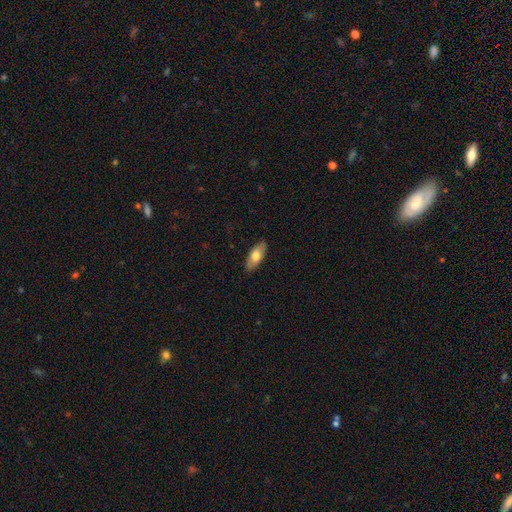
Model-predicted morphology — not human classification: Smooth or featured: smooth — 70% (featured or disk — 25%)
How rounded: in between — 81% (cigar-shaped — 16%)
Merging: none — 87% (minor disturbance — 10%)